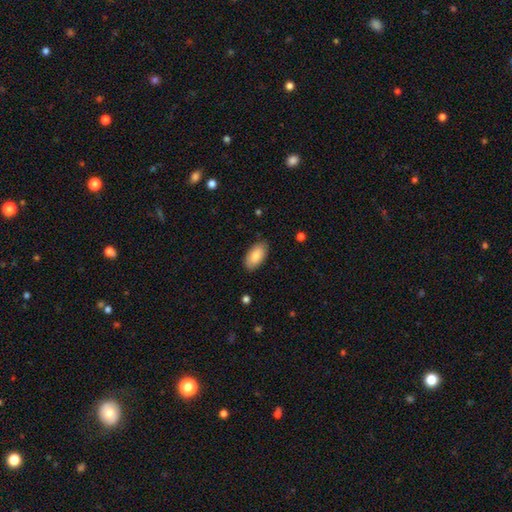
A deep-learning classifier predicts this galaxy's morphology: smooth-or-featured: smooth: 84% | featured or disk: 10% | star or artifact: 6%
  how-rounded: in between: 95% | cigar-shaped: 3% | round: 2%
  merging: none: 86% | minor disturbance: 11% | major disturbance: 2% | merger: 1%